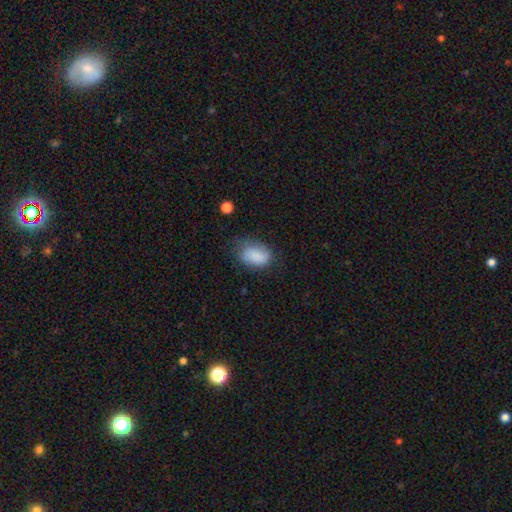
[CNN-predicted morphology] type=smooth (82%); roundness=in between (85%); merging=none (54%).